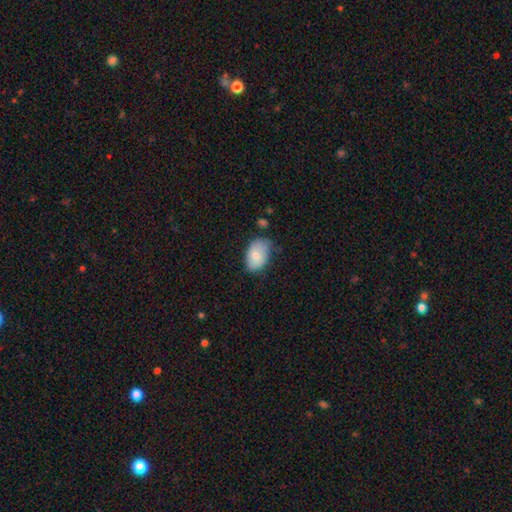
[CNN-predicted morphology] This is likely a smooth galaxy (76%). How rounded: clearly in between (86%). Merging: possibly none (56%).